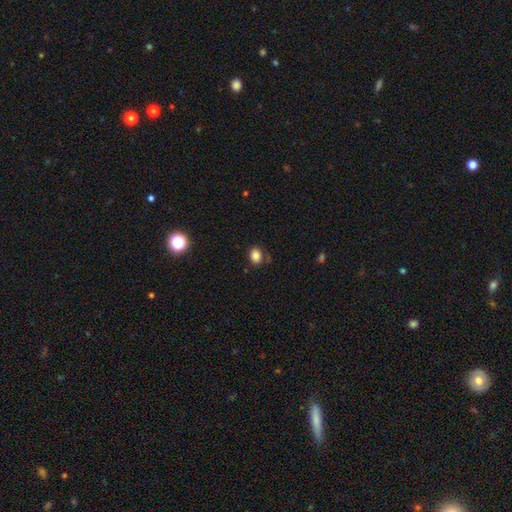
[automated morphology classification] This is clearly a smooth galaxy (81%). How rounded: possibly round (54%). Merging: likely none (77%).